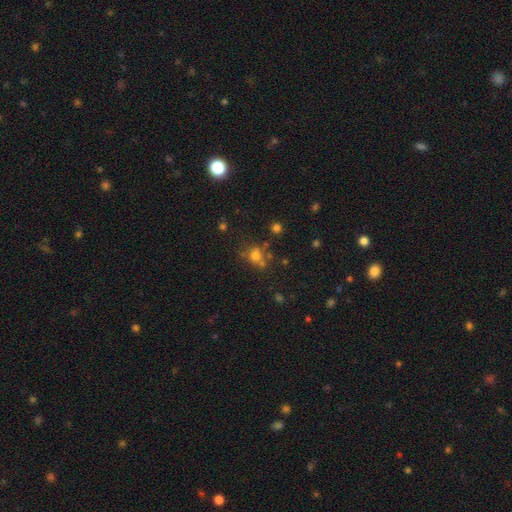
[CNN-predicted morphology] Q: Smooth or featured?
A: smooth (68%); runner-up: star or artifact (21%)
Q: How rounded?
A: round (78%); runner-up: in between (21%)
Q: Merging?
A: none (59%); runner-up: merger (20%)